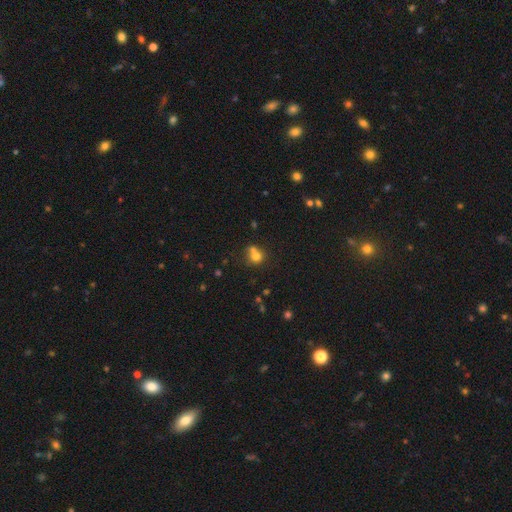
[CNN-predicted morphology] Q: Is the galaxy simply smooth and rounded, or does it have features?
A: smooth — 71%.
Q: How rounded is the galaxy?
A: round — 82%.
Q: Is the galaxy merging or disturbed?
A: merger — 47%.